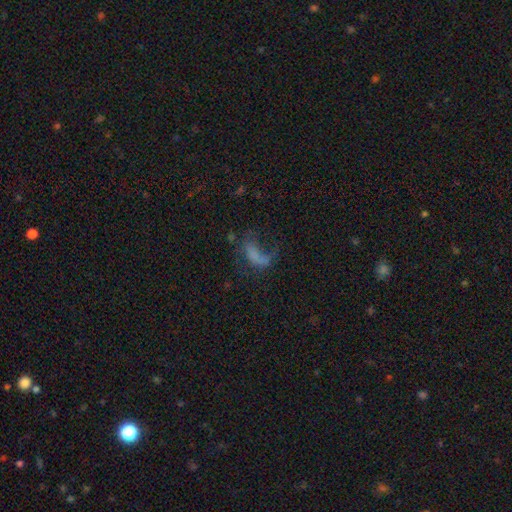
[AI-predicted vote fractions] A smooth galaxy with no disk features (46%). Merging: major disturbance (49%).